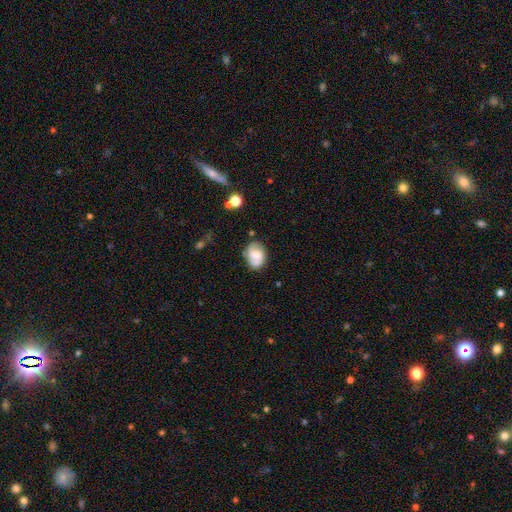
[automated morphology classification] smooth-or-featured: smooth: 53% | featured or disk: 38% | star or artifact: 9%
  how-rounded: in between: 68% | round: 31% | cigar-shaped: 1%
  merging: none: 67% | minor disturbance: 22% | major disturbance: 6% | merger: 5%